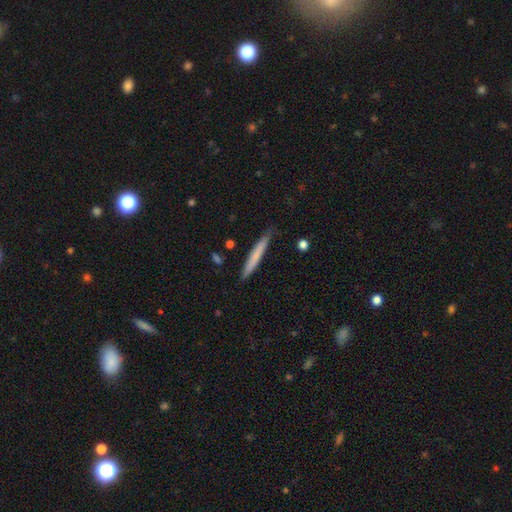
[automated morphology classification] smooth 68%, featured or disk 26%, star or artifact 6%. Down the decision tree: how rounded — cigar-shaped (96%); merging — none (85%).